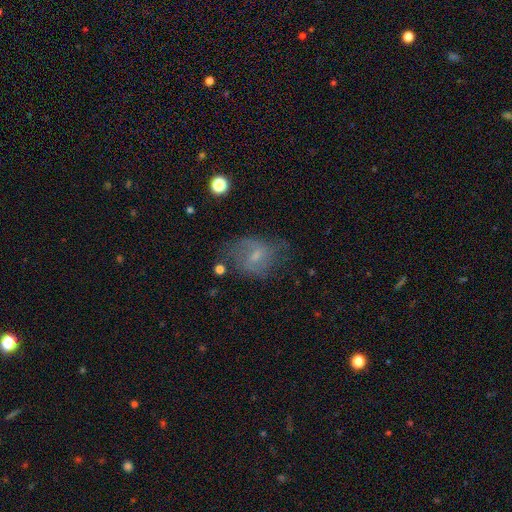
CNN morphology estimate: Smooth or featured: featured or disk — 55% (smooth — 35%)
Edge-on disk: no — 96% (yes — 4%)
Bar: weak — 53% (no — 35%)
Spiral arms: yes — 67% (no — 33%)
Bulge size: small — 52% (moderate — 31%)
Merging: none — 50% (minor disturbance — 26%)